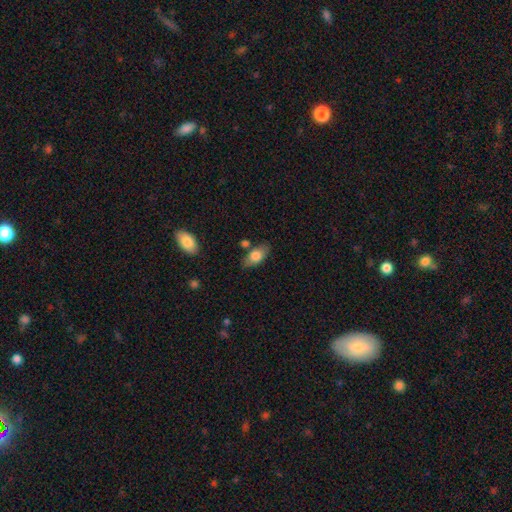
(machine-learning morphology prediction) Overall: smooth (75%). How rounded: in between (88%). Merging: none (75%).